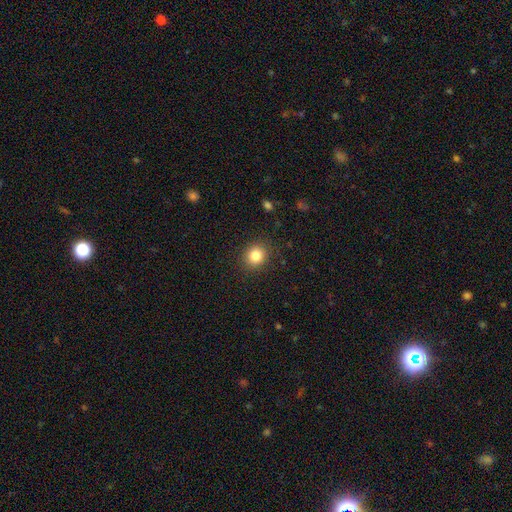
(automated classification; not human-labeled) This appears to be a smooth galaxy with no disk features (83%) that is round (80%). Merging: none (89%).